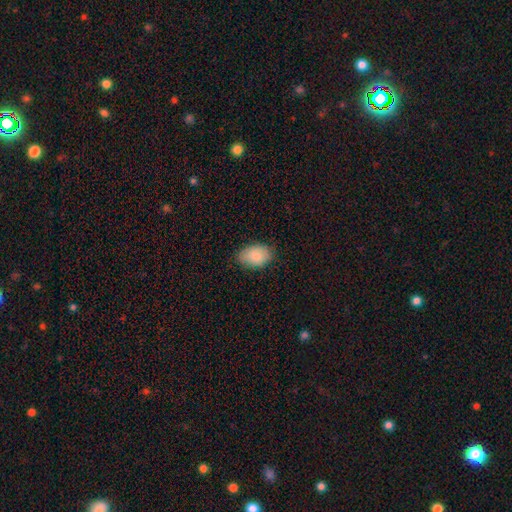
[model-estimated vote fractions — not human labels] Q: Smooth or featured?
A: smooth (85%); runner-up: featured or disk (8%)
Q: How rounded?
A: in between (88%); runner-up: round (11%)
Q: Merging?
A: none (79%); runner-up: minor disturbance (17%)